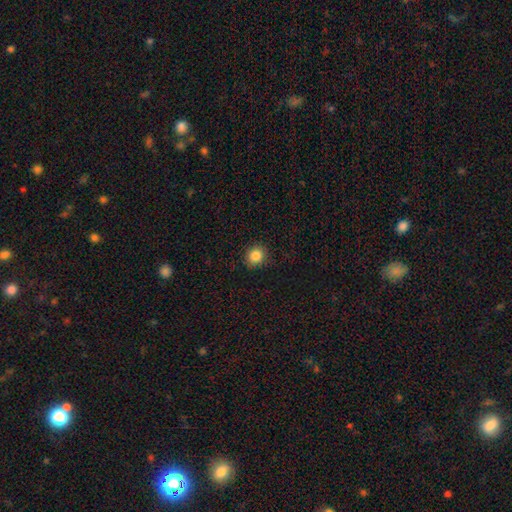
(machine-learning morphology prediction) Smooth or featured? Predicted: smooth (p=0.85). How rounded? Predicted: round (p=0.80). Merging? Predicted: none (p=0.88).